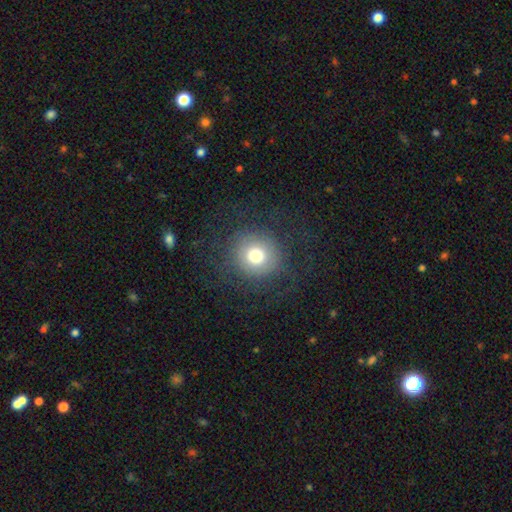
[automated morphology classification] This appears to be a smooth galaxy with no disk features (70%) that is round (92%). Merging: none (78%).